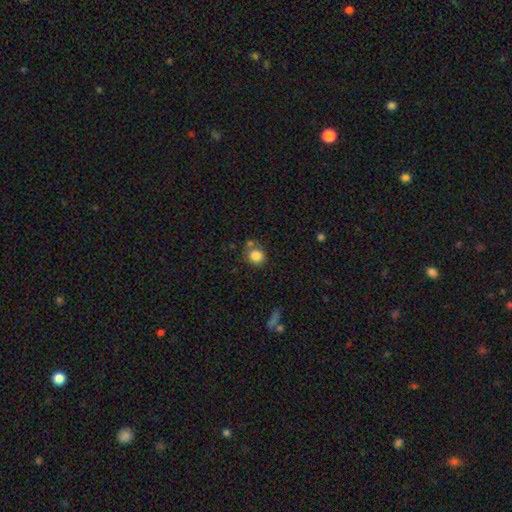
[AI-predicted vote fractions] Smooth or featured? smooth (84%)
How rounded? round (85%)
Merging? none (67%)